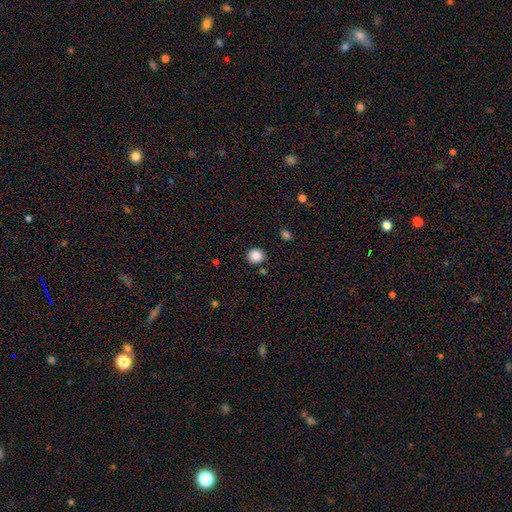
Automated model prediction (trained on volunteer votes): Smooth or featured? Predicted: smooth (p=0.87). How rounded? Predicted: round (p=0.90). Merging? Predicted: none (p=0.86).